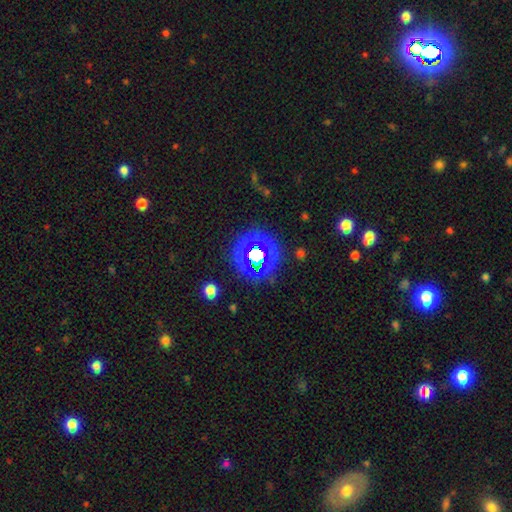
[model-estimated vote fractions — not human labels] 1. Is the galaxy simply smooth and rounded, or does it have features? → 74% star or artifact, 17% smooth, 9% featured or disk.